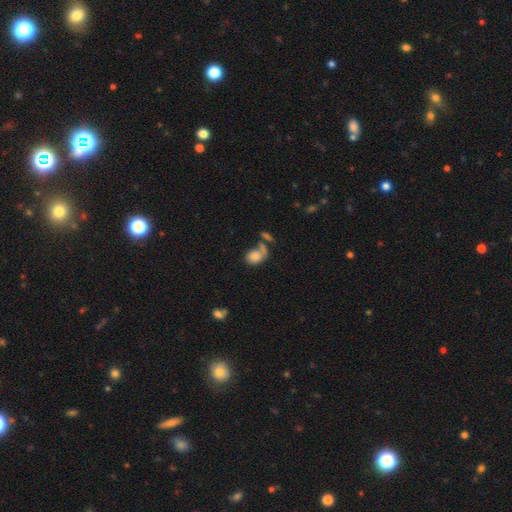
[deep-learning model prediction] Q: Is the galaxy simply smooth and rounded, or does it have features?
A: smooth — 79%.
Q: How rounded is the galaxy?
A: in between — 68%.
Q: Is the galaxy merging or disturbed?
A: merger — 37%.